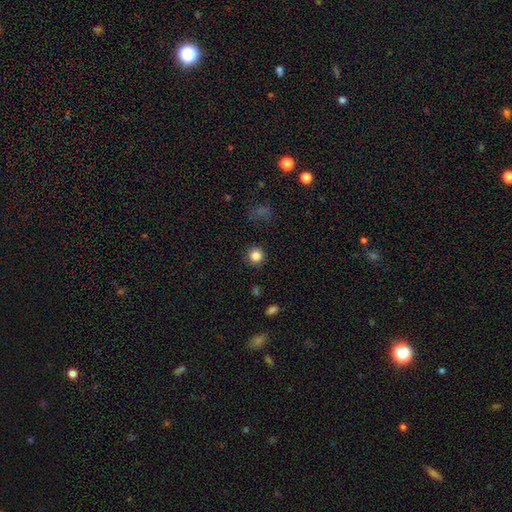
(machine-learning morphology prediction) This is clearly a smooth galaxy (84%). How rounded: clearly round (93%). Merging: clearly none (89%).